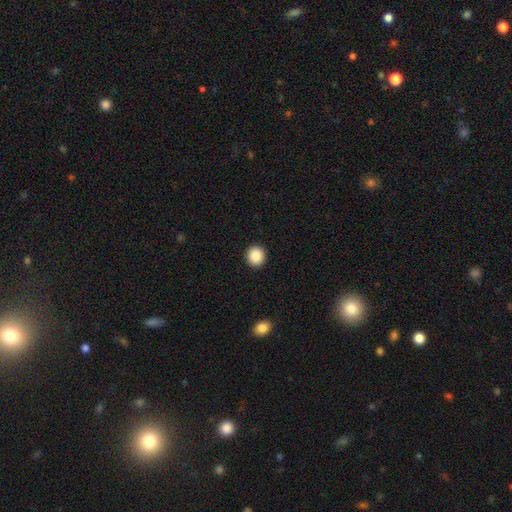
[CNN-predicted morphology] The model was most divided on "smooth or featured": smooth: 88%, star or artifact: 8%, featured or disk: 3%. More confident: merging — none (93%); how rounded — round (90%).